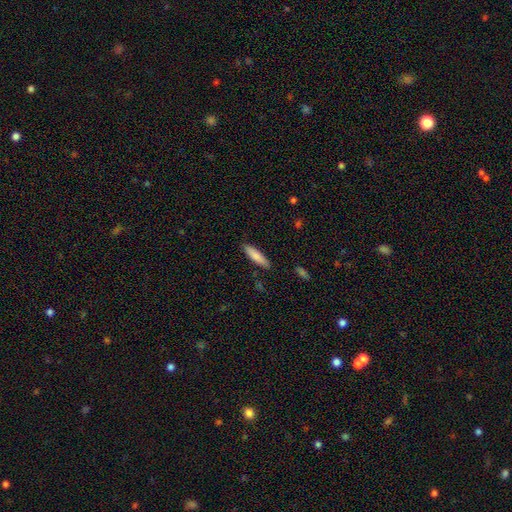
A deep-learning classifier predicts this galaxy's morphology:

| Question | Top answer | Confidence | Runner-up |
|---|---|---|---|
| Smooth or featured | smooth | 82% | featured or disk (13%) |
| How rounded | cigar-shaped | 72% | in between (27%) |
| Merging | none | 88% | minor disturbance (9%) |